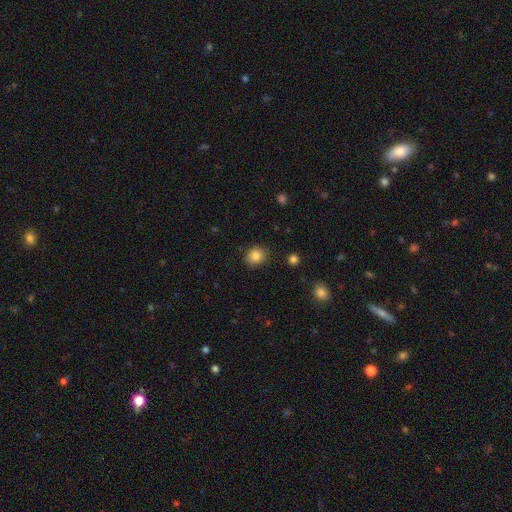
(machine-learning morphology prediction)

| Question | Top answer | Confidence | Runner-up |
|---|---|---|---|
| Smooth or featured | smooth | 85% | star or artifact (10%) |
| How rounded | round | 69% | in between (30%) |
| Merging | none | 87% | minor disturbance (9%) |